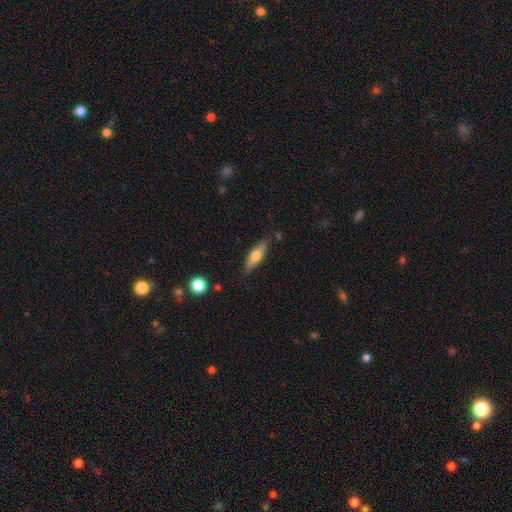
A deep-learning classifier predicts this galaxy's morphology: Smooth or featured? Predicted: smooth (p=0.61). How rounded? Predicted: cigar-shaped (p=0.54). Merging? Predicted: none (p=0.80).